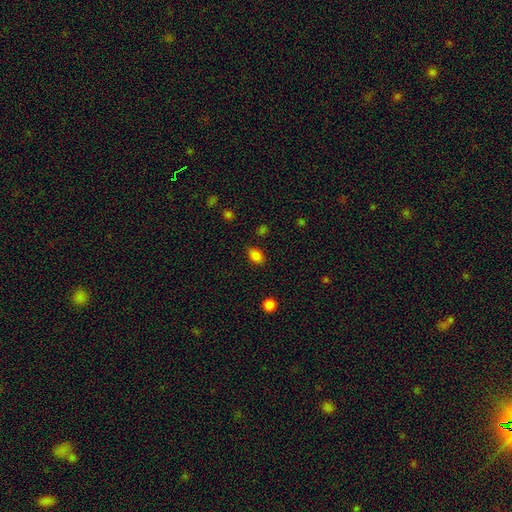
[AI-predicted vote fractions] The model was most divided on "merging": none: 84%, minor disturbance: 12%, major disturbance: 3%, merger: 2%. More confident: how rounded — in between (85%); smooth or featured — smooth (84%).